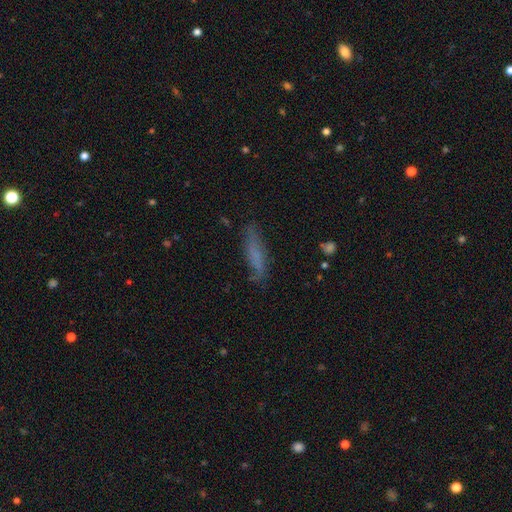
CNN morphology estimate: This appears to be a smooth galaxy with no disk features (61%) that is cigar-shaped (77%). Merging: none (72%).